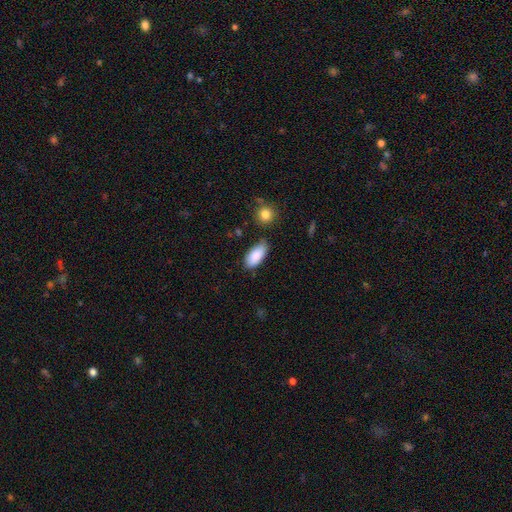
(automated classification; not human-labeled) A smooth galaxy with no disk features (88%) that is in between round and cigar-shaped (90%). Merging: none (76%).